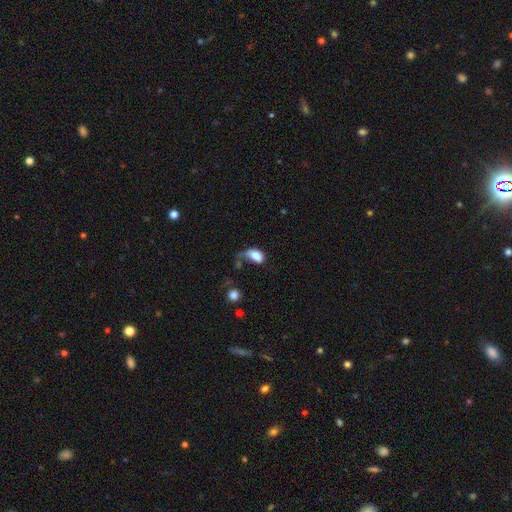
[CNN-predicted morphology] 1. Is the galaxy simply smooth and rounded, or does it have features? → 78% smooth, 14% featured or disk, 8% star or artifact.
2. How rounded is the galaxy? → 88% in between, 10% round, 2% cigar-shaped.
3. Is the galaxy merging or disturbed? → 33% major disturbance, 28% none, 27% minor disturbance, 13% merger.